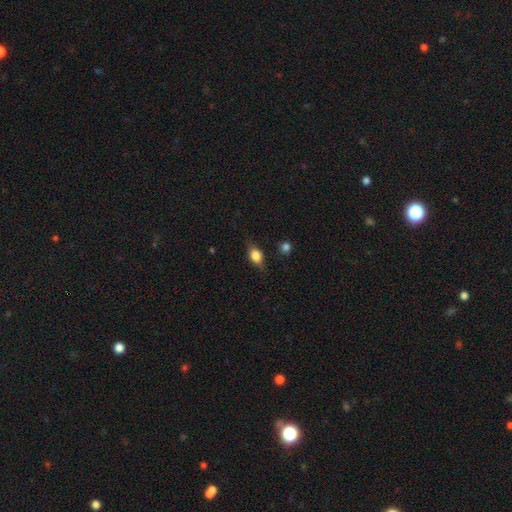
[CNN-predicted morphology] Overall: smooth (73%). How rounded: in between (65%; round 30%). Merging: none (71%).